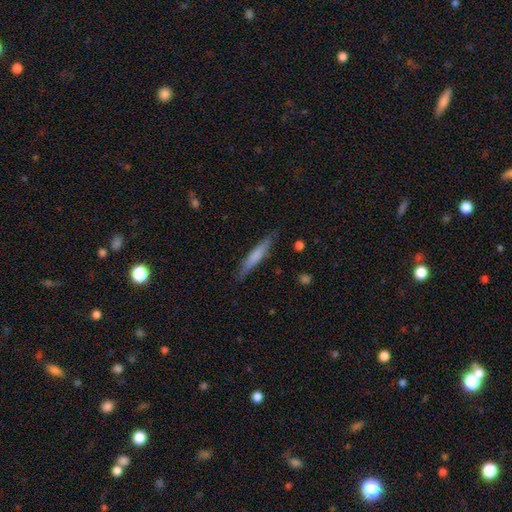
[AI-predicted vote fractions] Smooth or featured? Predicted: smooth (p=0.63). How rounded? Predicted: cigar-shaped (p=0.93). Merging? Predicted: none (p=0.85).